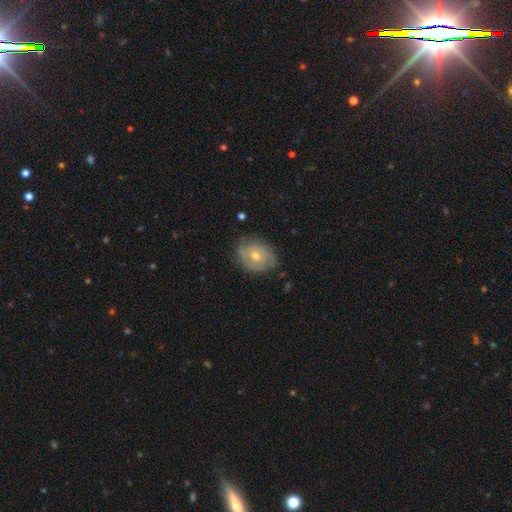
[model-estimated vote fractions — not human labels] Morphology: type=featured or disk (67%); edge-on=no (97%); bar=no (77%); spiral arms=yes (83%); winding=tight (60%); arm count=can't tell (37%); bulge=moderate (55%); merging=none (73%).